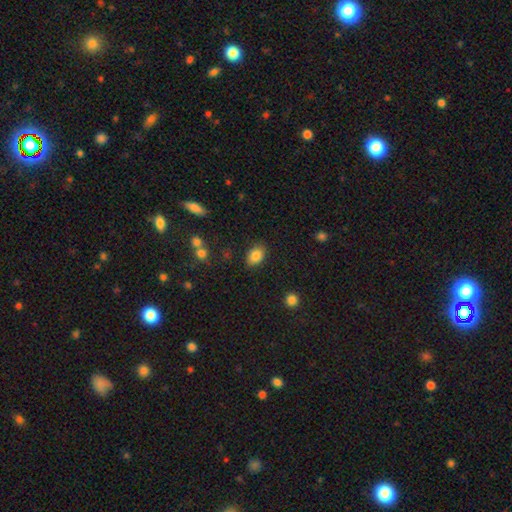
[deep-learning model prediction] Smooth or featured: smooth — 85% (star or artifact — 9%)
How rounded: in between — 77% (round — 22%)
Merging: none — 82% (minor disturbance — 13%)